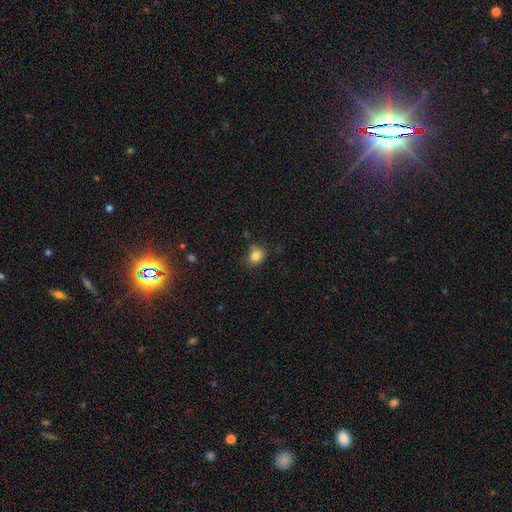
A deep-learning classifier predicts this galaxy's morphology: Smooth or featured?
  - smooth: 82% *
  - star or artifact: 11%
  - featured or disk: 7%
How rounded?
  - round: 62% *
  - in between: 37%
  - cigar-shaped: 1%
Merging?
  - none: 68% *
  - minor disturbance: 23%
  - major disturbance: 5%
  - merger: 4%